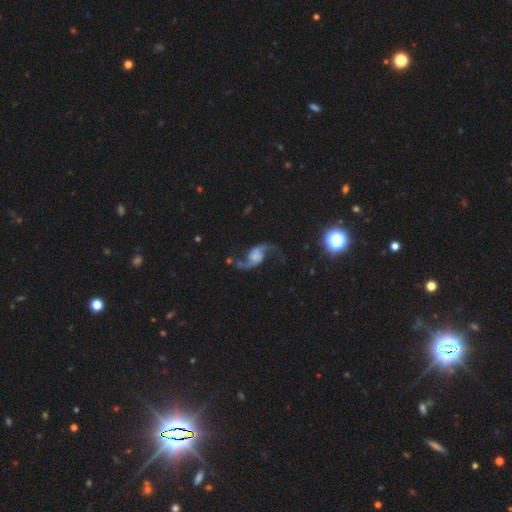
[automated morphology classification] smooth-or-featured: featured or disk: 89% | star or artifact: 6% | smooth: 5%
  disk-edge-on: no: 97% | yes: 3%
    bar: no: 61% | weak: 29% | strong: 10%
    has-spiral-arms: yes: 97% | no: 3%
      spiral-winding: loose: 86% | medium: 12% | tight: 3%
      spiral-arm-count: 2: 94% | 1: 2% | can't tell: 1% | 3: 1% | 4: 1% | more than 4: 1%
    bulge-size: none: 38% | small: 26% | moderate: 16% | large: 13% | dominant: 6%
  merging: none: 73% | minor disturbance: 14% | major disturbance: 10% | merger: 4%